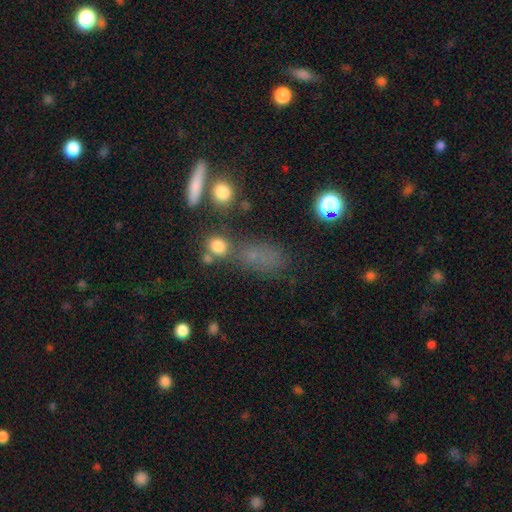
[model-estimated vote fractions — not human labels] Q: Smooth or featured?
A: smooth (65%); runner-up: star or artifact (22%)
Q: How rounded?
A: in between (64%); runner-up: round (22%)
Q: Merging?
A: none (49%); runner-up: merger (19%)